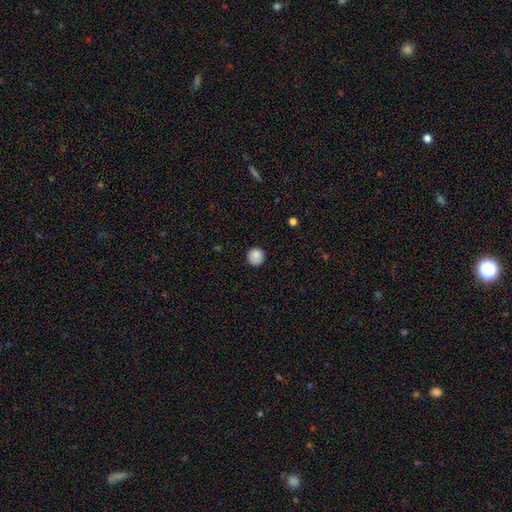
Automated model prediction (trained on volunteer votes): Smooth or featured? Predicted: smooth (p=0.86). How rounded? Predicted: round (p=0.94). Merging? Predicted: none (p=0.89).